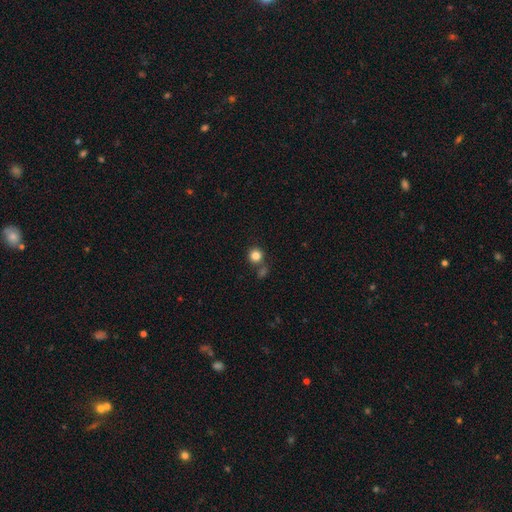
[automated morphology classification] Smooth or featured? Predicted: smooth (p=0.83). How rounded? Predicted: round (p=0.92). Merging? Predicted: none (p=0.73).